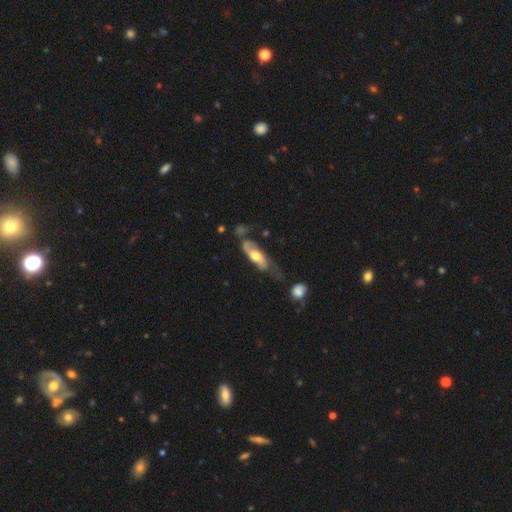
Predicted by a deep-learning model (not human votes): Q: Smooth or featured?
A: featured or disk (63%); runner-up: smooth (32%)
Q: Edge-on disk?
A: no (75%); runner-up: yes (25%)
Q: Merging?
A: none (40%); runner-up: minor disturbance (28%)